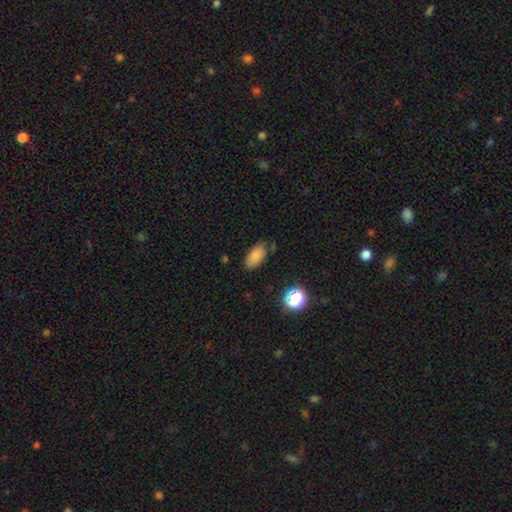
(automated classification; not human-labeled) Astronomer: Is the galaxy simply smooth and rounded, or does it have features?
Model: smooth — 82%.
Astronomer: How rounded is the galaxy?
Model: in between — 92%.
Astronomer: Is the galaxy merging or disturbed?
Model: none — 74%.